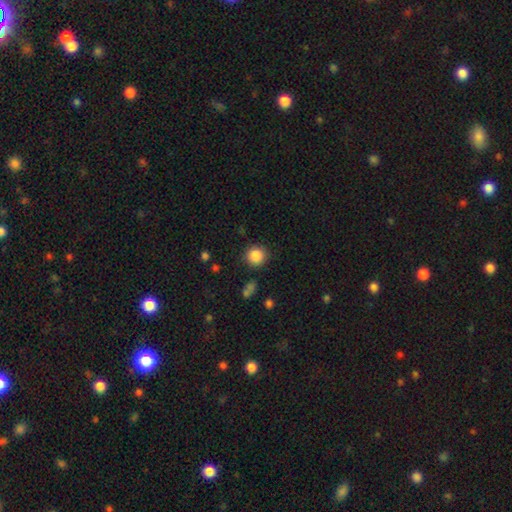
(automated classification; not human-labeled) The model was most divided on "smooth or featured": smooth: 87%, star or artifact: 10%, featured or disk: 4%. More confident: how rounded — round (92%); merging — none (87%).